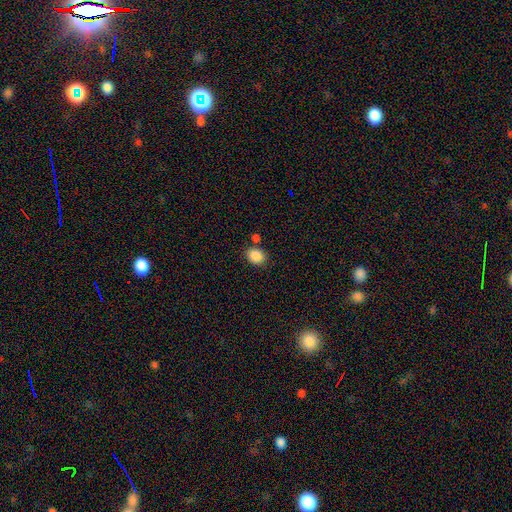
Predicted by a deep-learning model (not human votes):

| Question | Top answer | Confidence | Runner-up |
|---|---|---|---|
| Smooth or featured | smooth | 87% | star or artifact (9%) |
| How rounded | in between | 50% | round (49%) |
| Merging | none | 74% | minor disturbance (12%) |